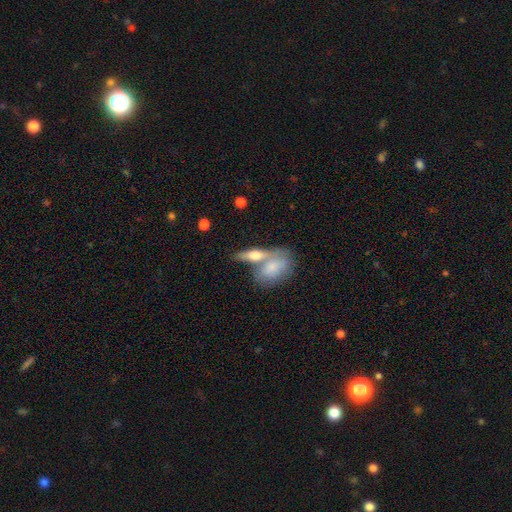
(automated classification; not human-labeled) A smooth galaxy with no disk features (58%) that is in between round and cigar-shaped (66%).

Vote fractions:
- Smooth or featured? smooth: 58% / featured or disk: 36% / star or artifact: 6%
- How rounded? in between: 66% / cigar-shaped: 25% / round: 9%
- Merging? merger: 43% (tied) / none: 43% (tied) / minor disturbance: 10% / major disturbance: 4%